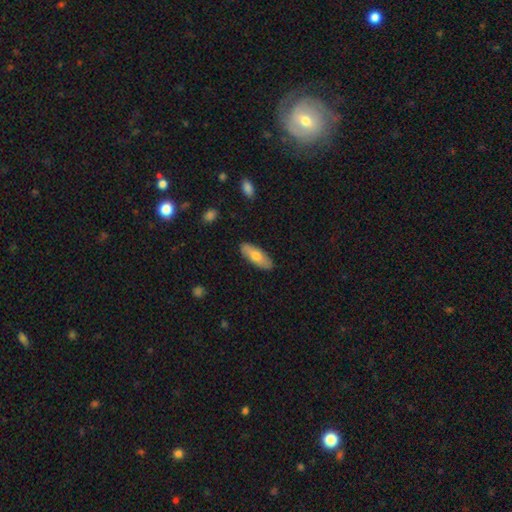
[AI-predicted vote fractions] Q: Smooth or featured?
A: smooth (70%); runner-up: featured or disk (25%)
Q: How rounded?
A: in between (70%); runner-up: cigar-shaped (28%)
Q: Merging?
A: none (87%); runner-up: minor disturbance (10%)